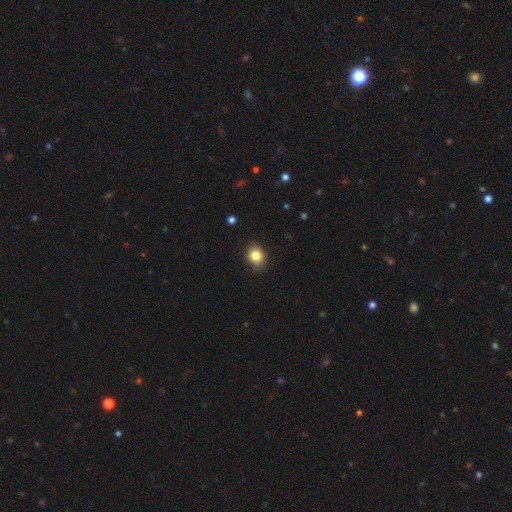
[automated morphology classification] type=smooth (84%); roundness=round (69%); merging=none (83%).